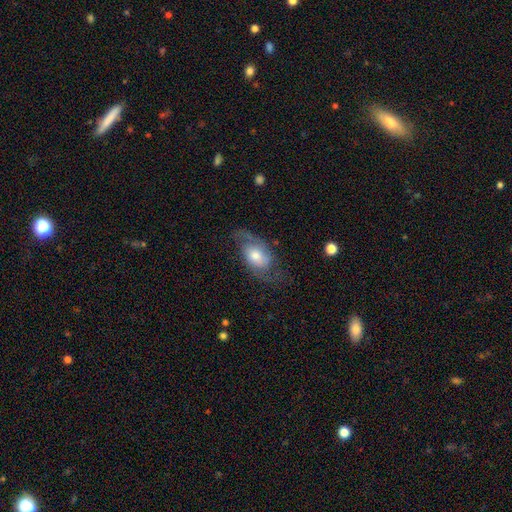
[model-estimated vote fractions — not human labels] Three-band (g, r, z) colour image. It shows a featured or disk galaxy (63%) with no bar (68%), 2 (80%) medium (42%, tied with loose) spiral arms (87%) and a moderate central bulge (59%). Merging: none (58%).